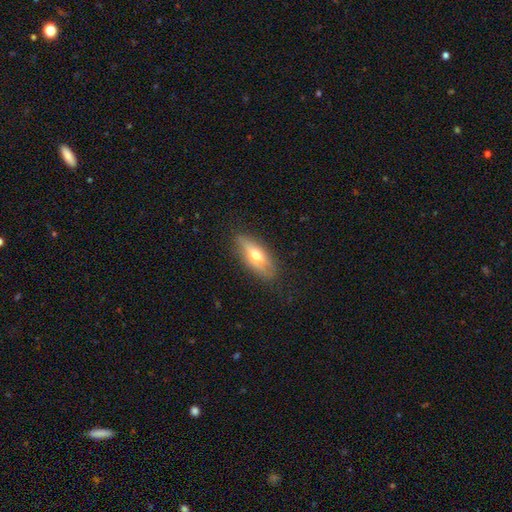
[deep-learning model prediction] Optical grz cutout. It shows a smooth galaxy with no disk features (51%) that is in between round and cigar-shaped (62%). Merging: none (80%).